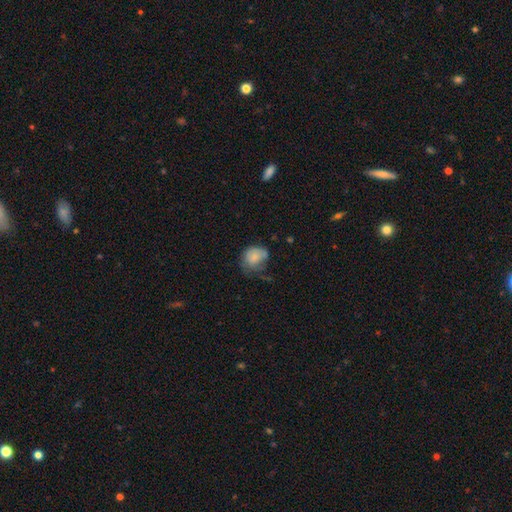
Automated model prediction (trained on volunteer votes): Overall: smooth (73%). How rounded: round (58%; in between 41%). Merging: none (35%, tied with minor disturbance).